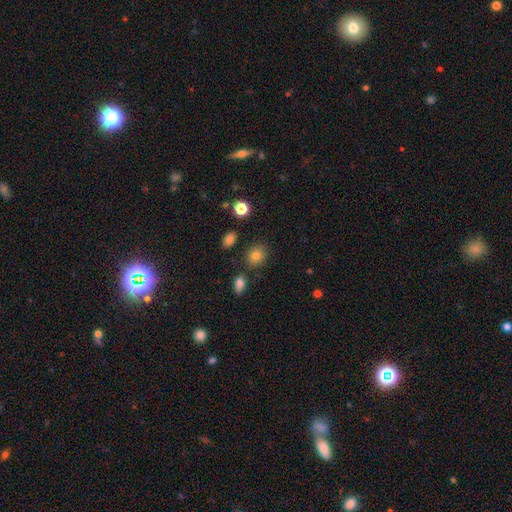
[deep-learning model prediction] Q: Smooth or featured?
A: smooth (81%); runner-up: star or artifact (11%)
Q: How rounded?
A: round (63%); runner-up: in between (36%)
Q: Merging?
A: none (81%); runner-up: minor disturbance (11%)